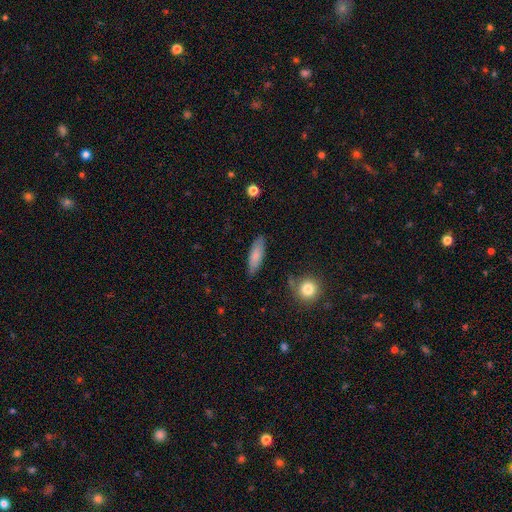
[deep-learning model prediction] Q: Smooth or featured?
A: smooth (80%); runner-up: featured or disk (14%)
Q: How rounded?
A: in between (54%); runner-up: cigar-shaped (43%)
Q: Merging?
A: none (83%); runner-up: minor disturbance (12%)